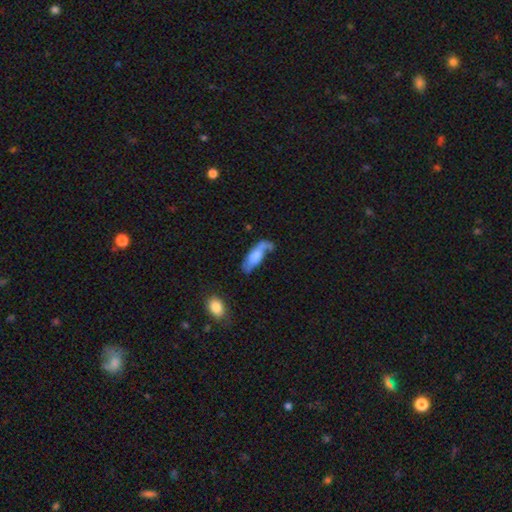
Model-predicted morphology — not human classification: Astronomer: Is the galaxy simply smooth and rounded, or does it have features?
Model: smooth — 60%.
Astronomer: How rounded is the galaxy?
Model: in between — 66%.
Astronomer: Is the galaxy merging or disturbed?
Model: none — 36% (runner-up: minor disturbance, 27%).